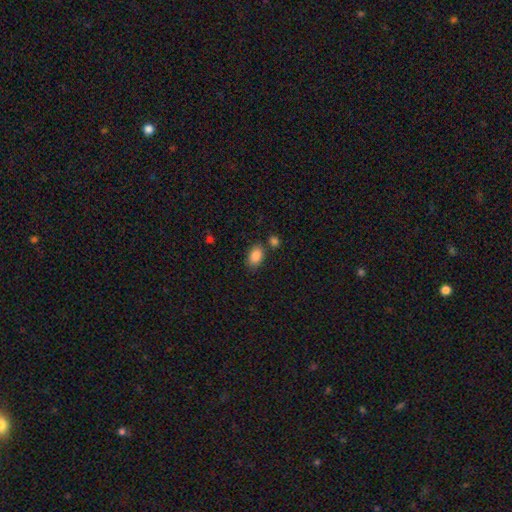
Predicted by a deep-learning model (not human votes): Morphology: type=smooth (87%); roundness=in between (87%); merging=none (74%).